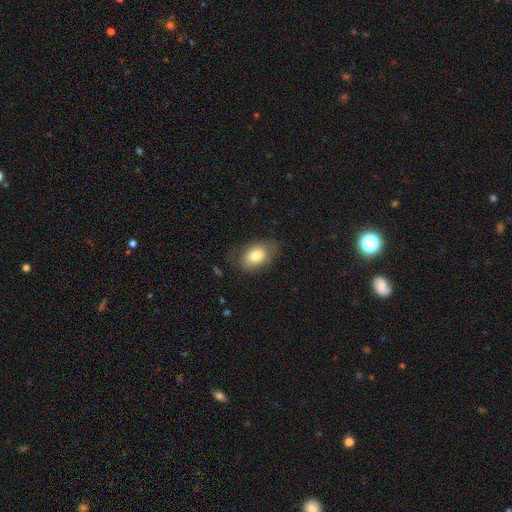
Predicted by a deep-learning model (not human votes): The model was most divided on "merging": none: 69%, minor disturbance: 21%, major disturbance: 8%, merger: 1%. More confident: how rounded — in between (86%); smooth or featured — smooth (79%).